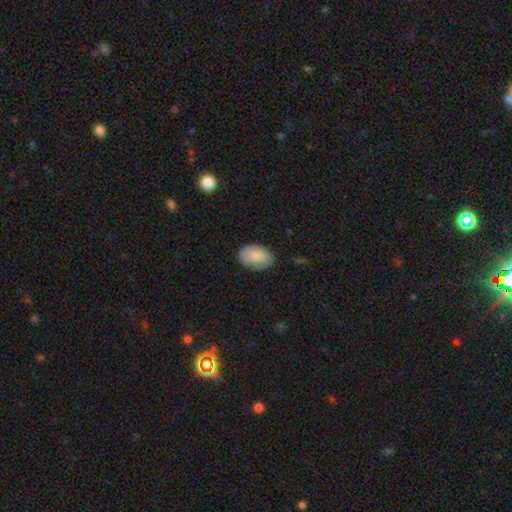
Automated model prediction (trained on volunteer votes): smooth 77%, featured or disk 17%, star or artifact 7%. Down the decision tree: how rounded — in between (85%); merging — none (73%).